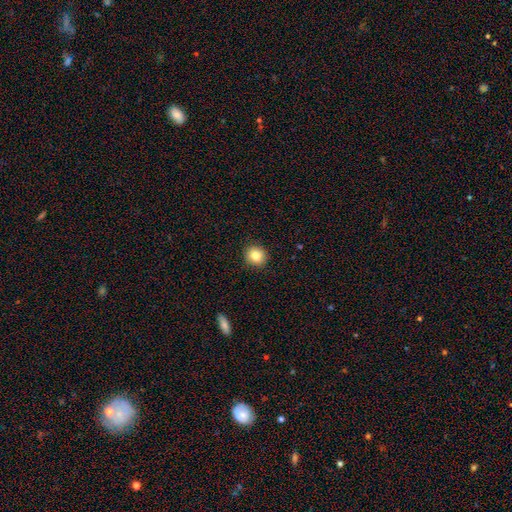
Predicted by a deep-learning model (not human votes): Q: Smooth or featured?
A: smooth (82%); runner-up: star or artifact (10%)
Q: How rounded?
A: round (90%); runner-up: in between (9%)
Q: Merging?
A: none (92%); runner-up: minor disturbance (6%)